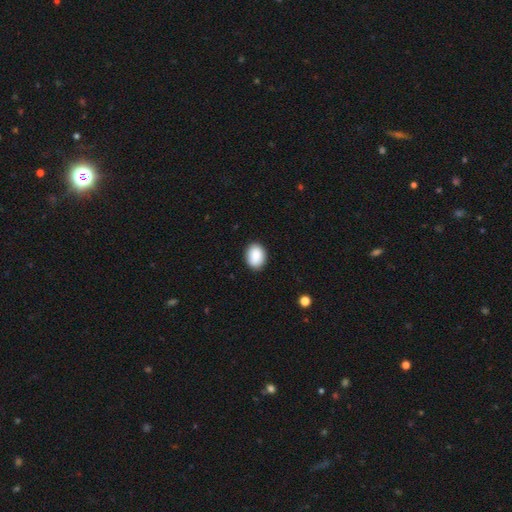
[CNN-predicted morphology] smooth_or_featured: smooth (p=0.89) [alt: star or artifact p=0.07]
how_rounded: in between (p=0.71) [alt: round p=0.28]
merging: none (p=0.89) [alt: minor disturbance p=0.08]